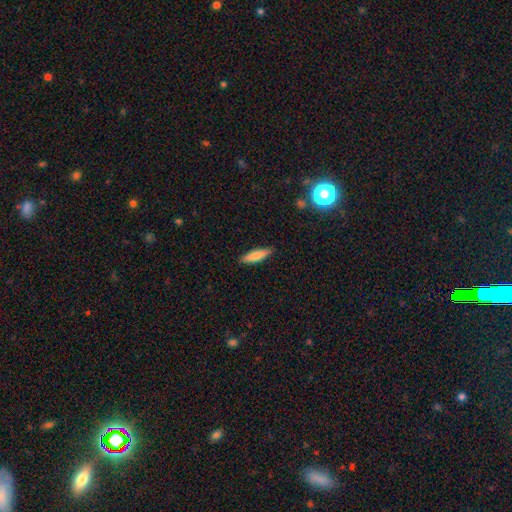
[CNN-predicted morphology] Smooth or featured? Predicted: smooth (p=0.79). How rounded? Predicted: cigar-shaped (p=0.73). Merging? Predicted: none (p=0.88).